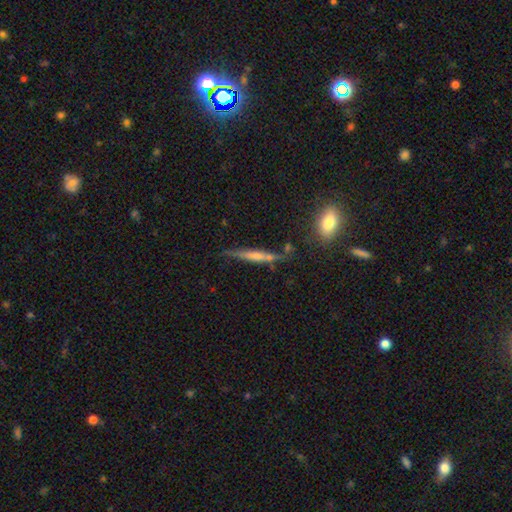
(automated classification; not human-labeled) Smooth or featured? Predicted: smooth (p=0.46). Merging? Predicted: none (p=0.67).